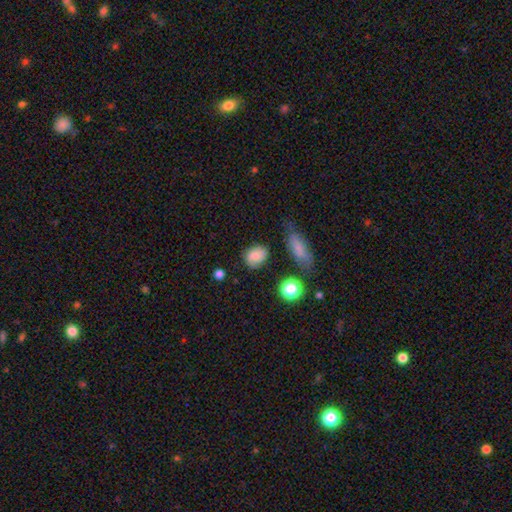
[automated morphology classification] Smooth or featured?
  - smooth: 74% *
  - featured or disk: 15%
  - star or artifact: 10%
How rounded?
  - in between: 59% *
  - round: 39%
  - cigar-shaped: 2%
Merging?
  - none: 68% *
  - minor disturbance: 22%
  - major disturbance: 6%
  - merger: 4%